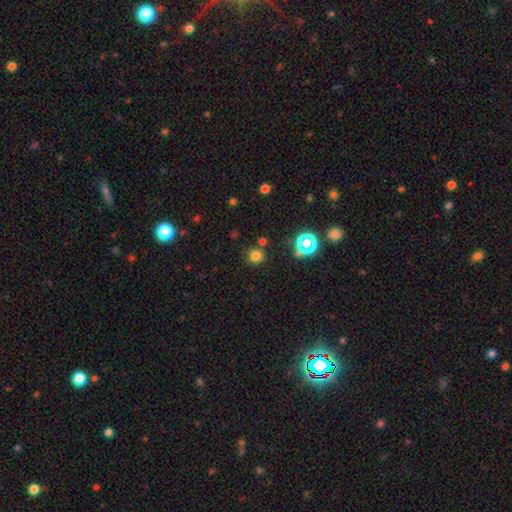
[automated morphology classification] Smooth or featured? smooth (72%)
How rounded? round (89%)
Merging? none (81%)